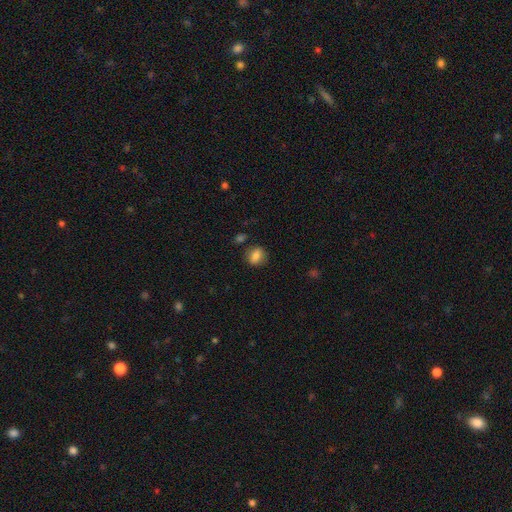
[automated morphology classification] Smooth or featured: smooth — 81% (featured or disk — 10%)
How rounded: in between — 50% (round — 48%)
Merging: none — 79% (minor disturbance — 13%)